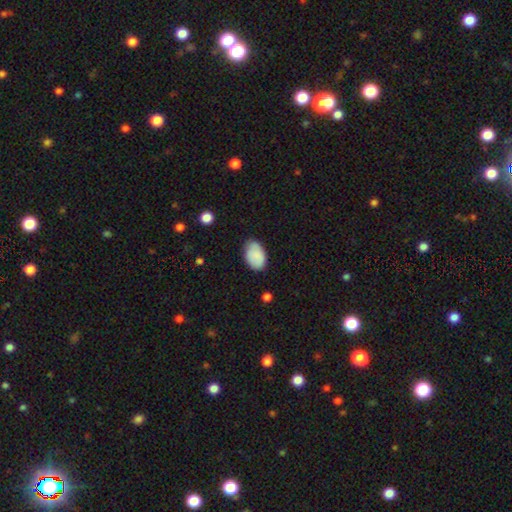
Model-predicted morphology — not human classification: The model was most divided on "merging": none: 71%, minor disturbance: 23%, major disturbance: 4%, merger: 1%. More confident: how rounded — in between (91%); smooth or featured — smooth (86%).